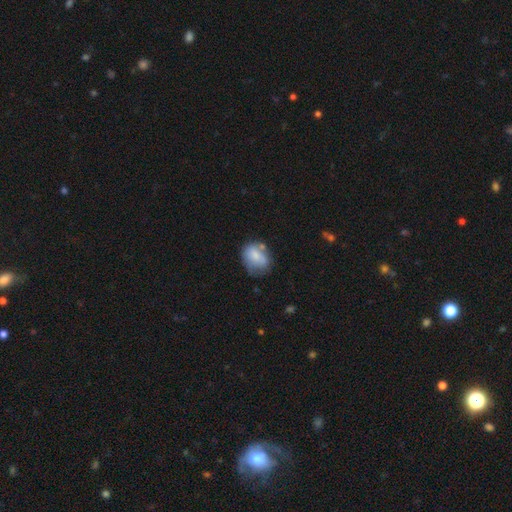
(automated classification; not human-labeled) Smooth or featured: smooth — 70% (featured or disk — 22%)
How rounded: in between — 57% (round — 42%)
Merging: none — 48% (minor disturbance — 29%)